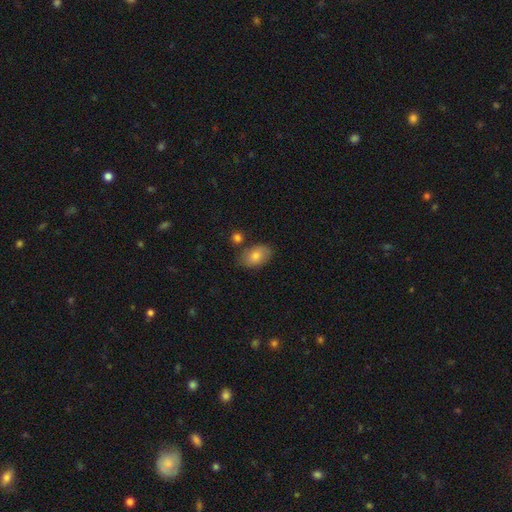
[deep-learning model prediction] Smooth or featured?
  - smooth: 78% *
  - featured or disk: 14%
  - star or artifact: 8%
How rounded?
  - in between: 88% *
  - round: 11%
  - cigar-shaped: 1%
Merging?
  - none: 74% *
  - minor disturbance: 15%
  - merger: 7%
  - major disturbance: 4%